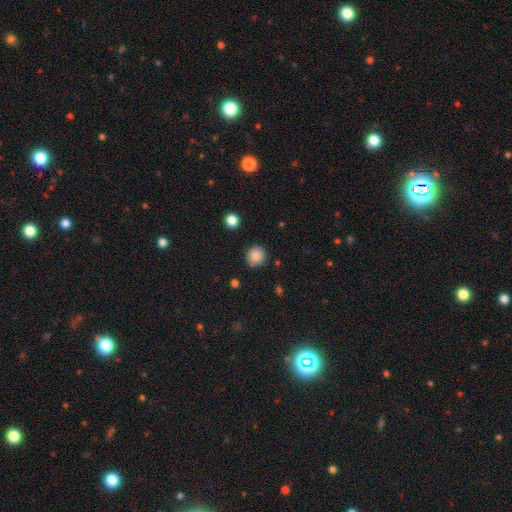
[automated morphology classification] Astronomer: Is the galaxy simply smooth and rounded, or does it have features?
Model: smooth — 87%.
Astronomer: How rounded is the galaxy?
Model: round — 89%.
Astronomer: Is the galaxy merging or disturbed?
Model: none — 88%.